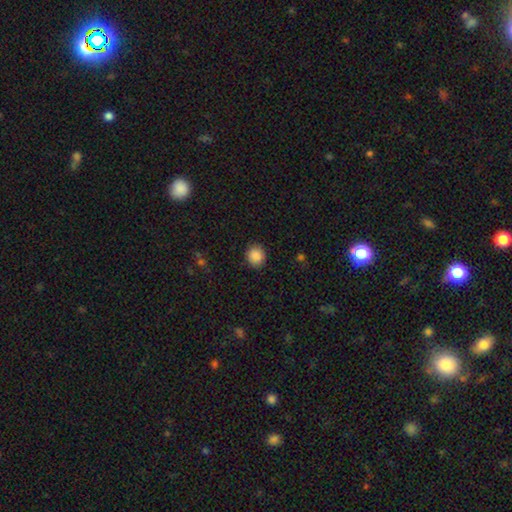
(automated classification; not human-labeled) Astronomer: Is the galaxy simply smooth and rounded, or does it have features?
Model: smooth — 88%.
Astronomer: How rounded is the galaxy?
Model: round — 83%.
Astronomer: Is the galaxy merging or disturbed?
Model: none — 89%.